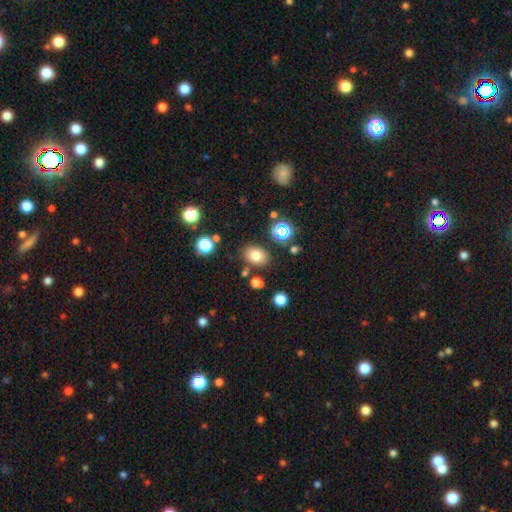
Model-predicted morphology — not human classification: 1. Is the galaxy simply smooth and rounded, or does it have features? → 75% smooth, 15% star or artifact, 10% featured or disk.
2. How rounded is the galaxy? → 68% in between, 31% round, 1% cigar-shaped.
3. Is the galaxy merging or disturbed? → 79% none, 11% minor disturbance, 6% merger, 4% major disturbance.